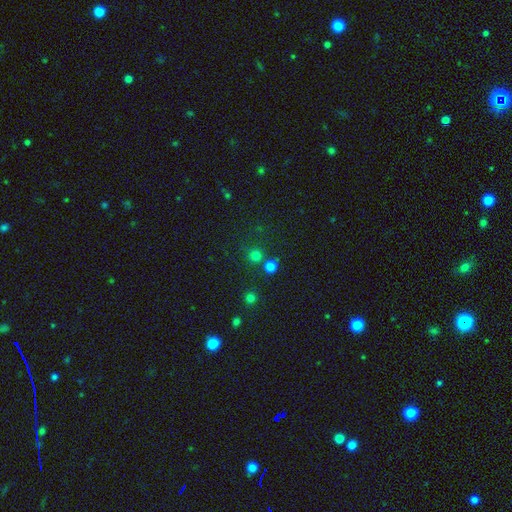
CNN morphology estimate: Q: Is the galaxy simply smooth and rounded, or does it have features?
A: smooth — 75%.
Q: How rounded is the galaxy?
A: round — 92%.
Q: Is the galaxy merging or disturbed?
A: none — 73%.